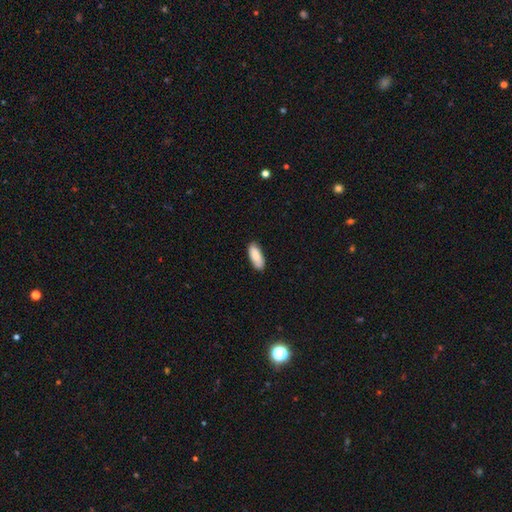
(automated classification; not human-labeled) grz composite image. It shows a smooth galaxy with no disk features (86%) that is in between round and cigar-shaped (78%). Merging: none (86%).